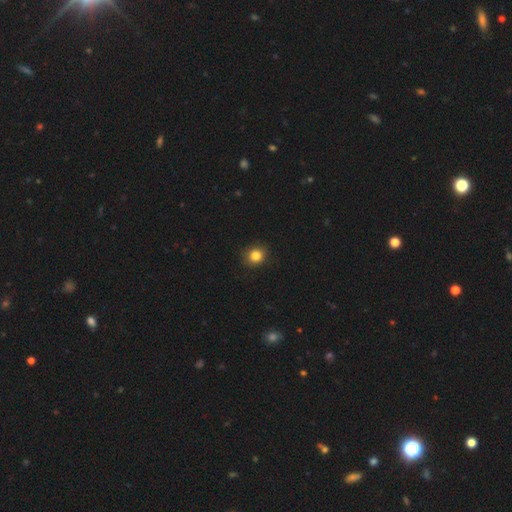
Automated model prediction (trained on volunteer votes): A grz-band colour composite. It shows a smooth galaxy with no disk features (84%) that is round (79%). Merging: none (88%).